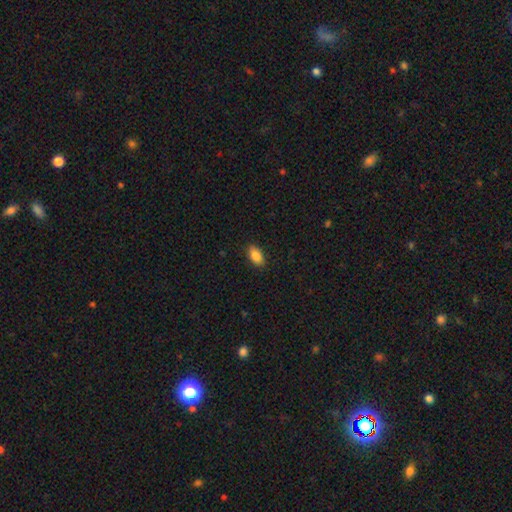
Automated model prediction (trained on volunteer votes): This appears to be a smooth galaxy with no disk features (88%) that is in between round and cigar-shaped (92%). Merging: none (88%).